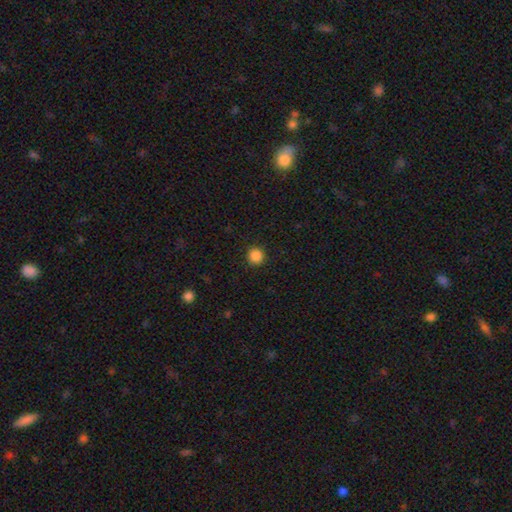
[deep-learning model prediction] Q: Smooth or featured?
A: smooth (87%); runner-up: star or artifact (11%)
Q: How rounded?
A: round (93%); runner-up: in between (6%)
Q: Merging?
A: none (92%); runner-up: minor disturbance (5%)